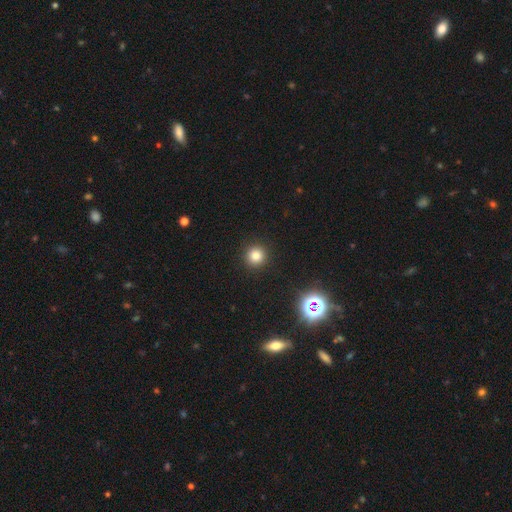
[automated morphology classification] Smooth or featured: smooth — 80% (star or artifact — 15%)
How rounded: round — 95% (in between — 4%)
Merging: none — 92% (minor disturbance — 5%)